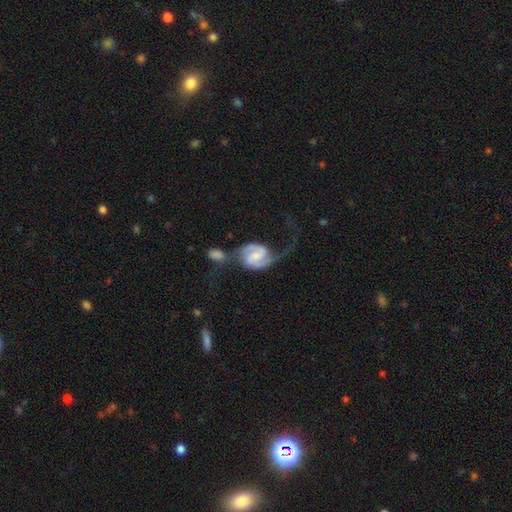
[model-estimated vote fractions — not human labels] Overall: featured or disk (84%). Edge-on disk: no (98%). Bar: weak (52%; no 30%). Spiral arms: yes (96%). Spiral arm count: 2 (89%). Spiral winding: medium (42%; loose 41%). Bulge size: small (40%; moderate 38%). Merging: none (31%; major disturbance 27%).